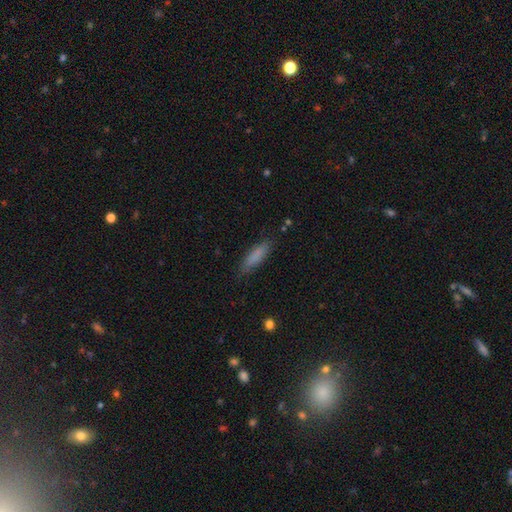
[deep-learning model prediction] A smooth galaxy with no disk features (82%) that is cigar-shaped (67%).

Vote fractions:
- Smooth or featured? smooth: 82% / featured or disk: 11% / star or artifact: 7%
- How rounded? cigar-shaped: 67% / in between: 31% / round: 2%
- Merging? none: 81% / minor disturbance: 14% / major disturbance: 3% / merger: 1%